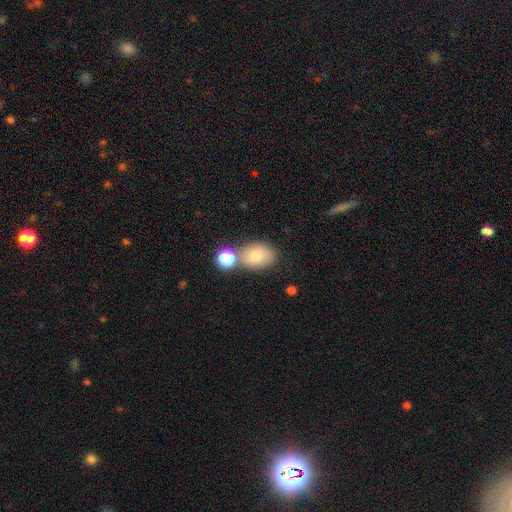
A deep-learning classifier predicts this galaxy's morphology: Smooth or featured?
  - smooth: 77% *
  - featured or disk: 13%
  - star or artifact: 11%
How rounded?
  - in between: 72% *
  - round: 27%
  - cigar-shaped: 1%
Merging?
  - none: 63% *
  - merger: 18%
  - minor disturbance: 15%
  - major disturbance: 5%